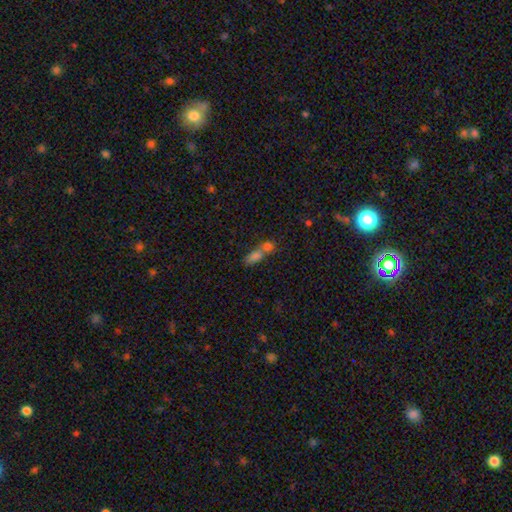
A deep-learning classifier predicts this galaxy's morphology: smooth 71%, star or artifact 15%, featured or disk 14%. Down the decision tree: how rounded — in between (64%); merging — merger (63%).